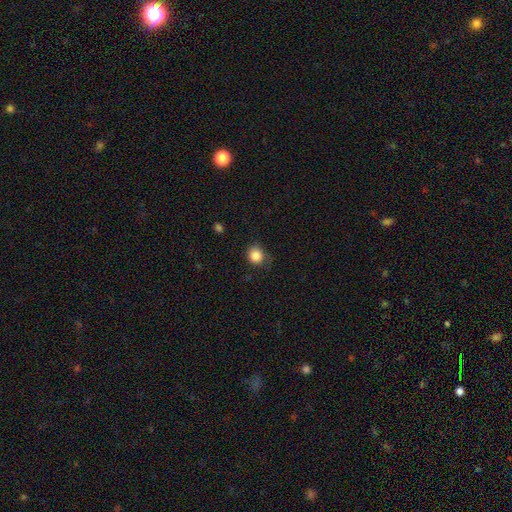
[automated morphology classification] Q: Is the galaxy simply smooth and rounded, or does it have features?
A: smooth — 85%.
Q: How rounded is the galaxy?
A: round — 80%.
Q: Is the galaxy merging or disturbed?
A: none — 71%.